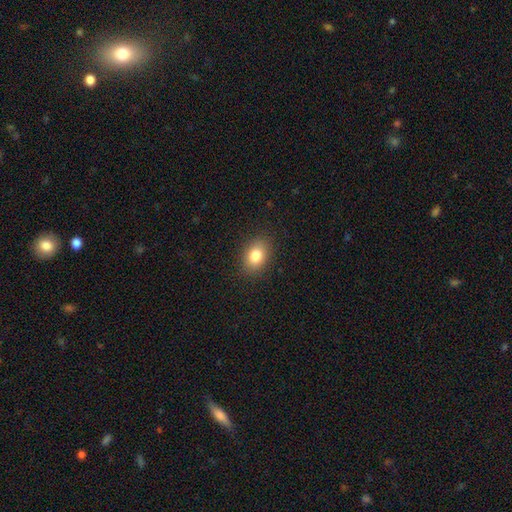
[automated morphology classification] smooth 82%, star or artifact 10%, featured or disk 9%. Down the decision tree: how rounded — in between (74%); merging — none (87%).